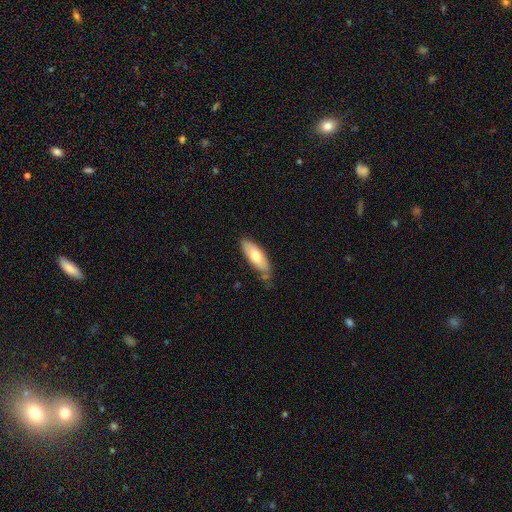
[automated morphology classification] smooth-or-featured: smooth: 69% | featured or disk: 26% | star or artifact: 6%
  how-rounded: in between: 69% | cigar-shaped: 29% | round: 2%
  merging: none: 69% | minor disturbance: 22% | merger: 4% | major disturbance: 4%